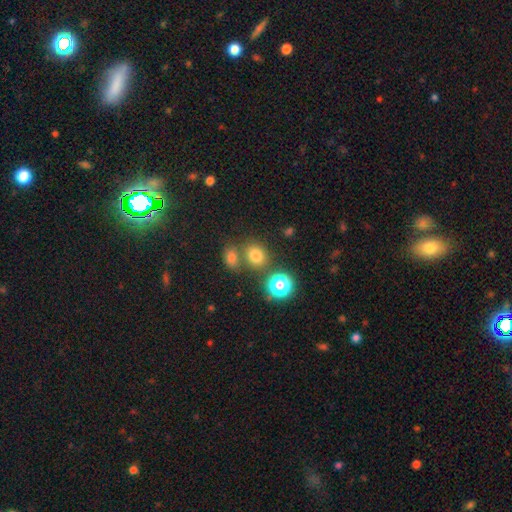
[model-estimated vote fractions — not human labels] Smooth or featured: smooth — 73% (star or artifact — 19%)
How rounded: round — 70% (in between — 29%)
Merging: none — 65% (merger — 21%)